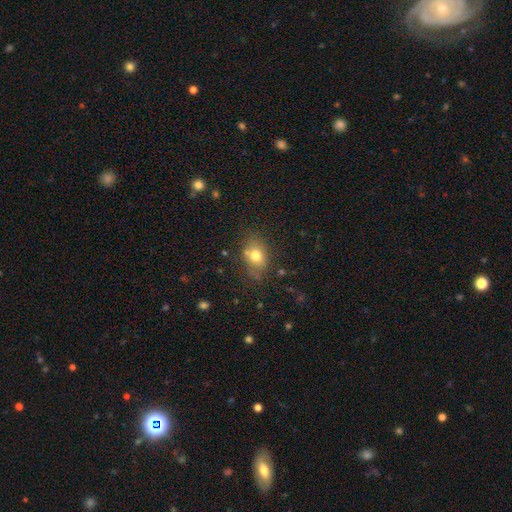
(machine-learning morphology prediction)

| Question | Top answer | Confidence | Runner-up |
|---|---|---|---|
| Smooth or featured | smooth | 75% | featured or disk (13%) |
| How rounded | in between | 60% | round (39%) |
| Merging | none | 71% | minor disturbance (18%) |